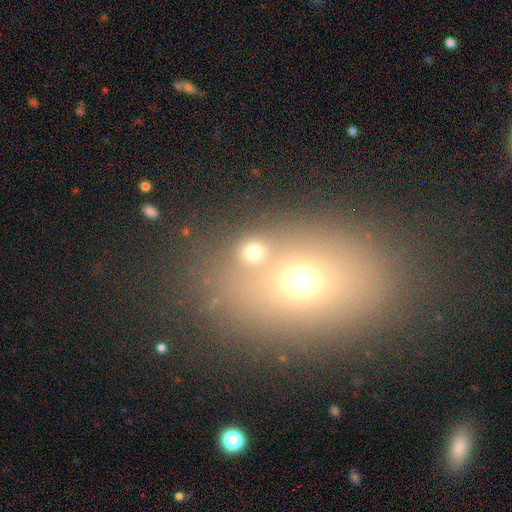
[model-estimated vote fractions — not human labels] smooth_or_featured: smooth (p=0.61) [alt: star or artifact p=0.23]
how_rounded: in between (p=0.57) [alt: round p=0.41]
merging: none (p=0.57) [alt: merger p=0.26]